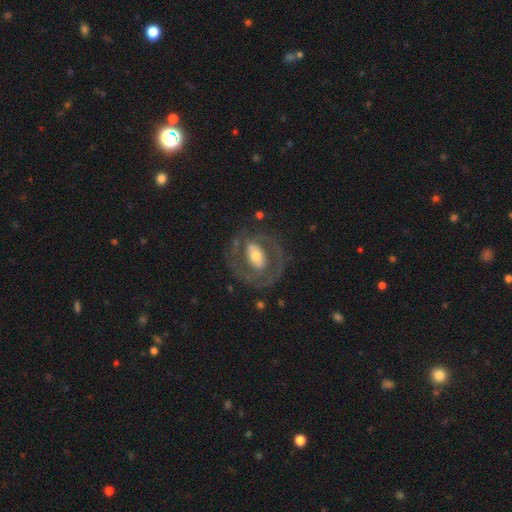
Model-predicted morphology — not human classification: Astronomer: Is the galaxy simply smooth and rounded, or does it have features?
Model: featured or disk — 77%.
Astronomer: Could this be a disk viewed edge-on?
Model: no — 95%.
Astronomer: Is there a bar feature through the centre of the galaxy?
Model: no — 34% (runner-up: weak, 33%).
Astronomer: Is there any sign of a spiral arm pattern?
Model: yes — 63%.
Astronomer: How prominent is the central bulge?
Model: moderate — 58%.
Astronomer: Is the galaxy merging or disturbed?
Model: none — 70%.